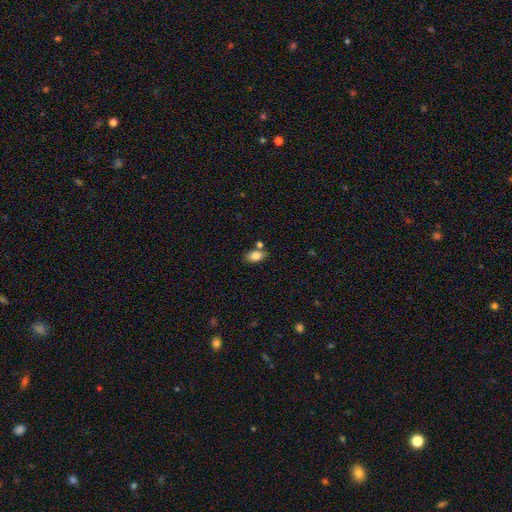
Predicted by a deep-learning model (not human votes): smooth-or-featured: smooth: 84% | star or artifact: 9% | featured or disk: 8%
  how-rounded: in between: 86% | round: 12% | cigar-shaped: 2%
  merging: none: 68% | merger: 15% | minor disturbance: 14% | major disturbance: 4%